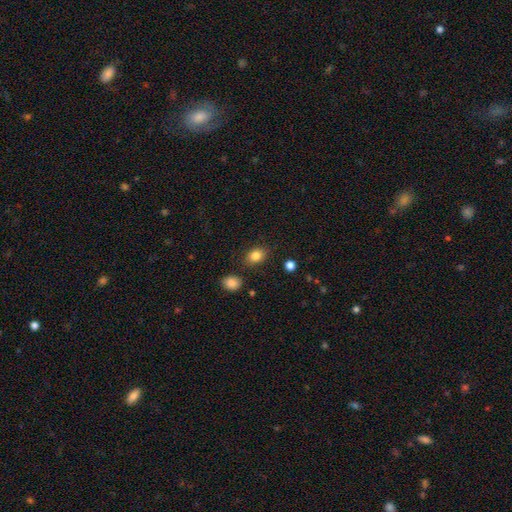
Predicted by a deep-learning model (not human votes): smooth 84%, star or artifact 10%, featured or disk 6%. Down the decision tree: how rounded — in between (65%); merging — none (83%).